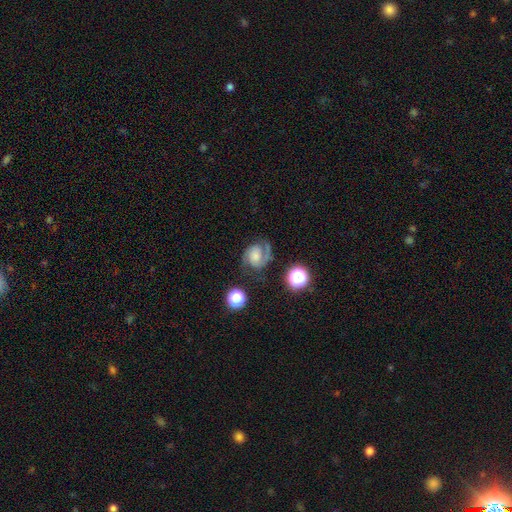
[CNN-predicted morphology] Smooth or featured? featured or disk (74%)
Edge-on disk? no (98%)
Bar? no (61%)
Spiral arms? yes (95%)
Spiral winding? medium (49%)
Spiral arm count? 2 (72%)
Bulge size? small (28%, tied with moderate)
Merging? none (58%)